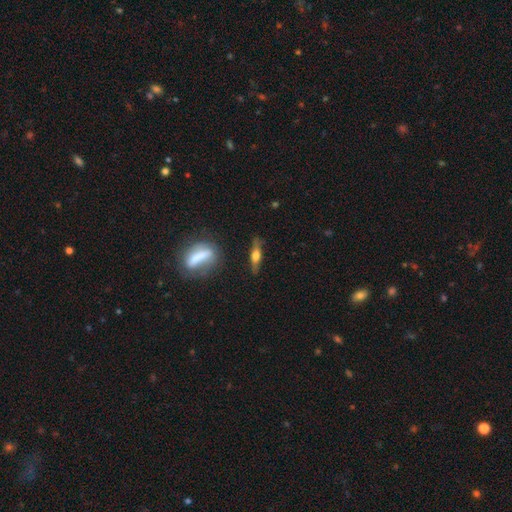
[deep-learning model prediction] featured or disk 54%, smooth 38%, star or artifact 7%. Down the decision tree: edge-on disk — yes (89%); merging — none (80%).